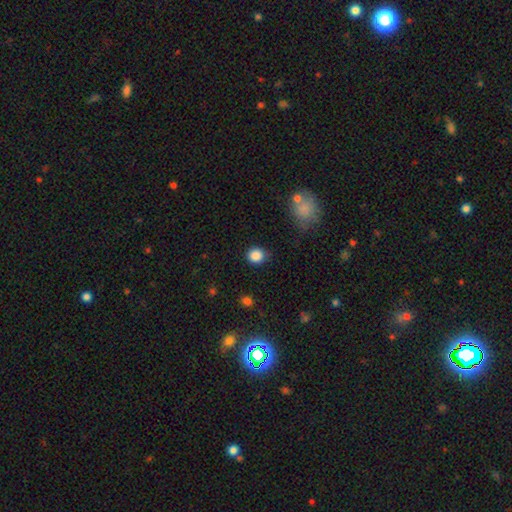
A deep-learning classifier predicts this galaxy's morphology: smooth 86%, star or artifact 10%, featured or disk 4%. Down the decision tree: how rounded — round (80%); merging — none (81%).